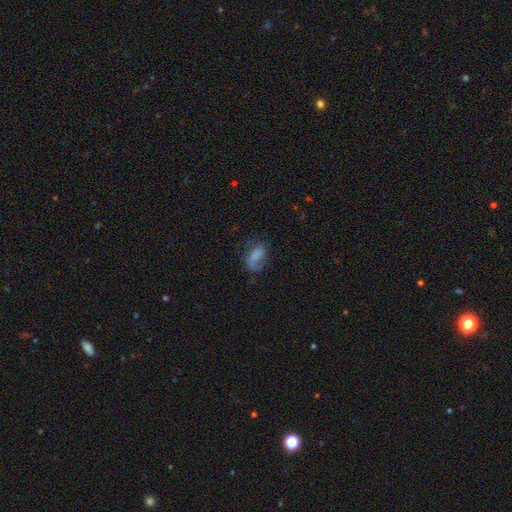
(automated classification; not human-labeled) smooth_or_featured: smooth (p=0.52) [alt: featured or disk p=0.38]
how_rounded: in between (p=0.85) [alt: round p=0.10]
merging: none (p=0.43) [alt: major disturbance p=0.30]